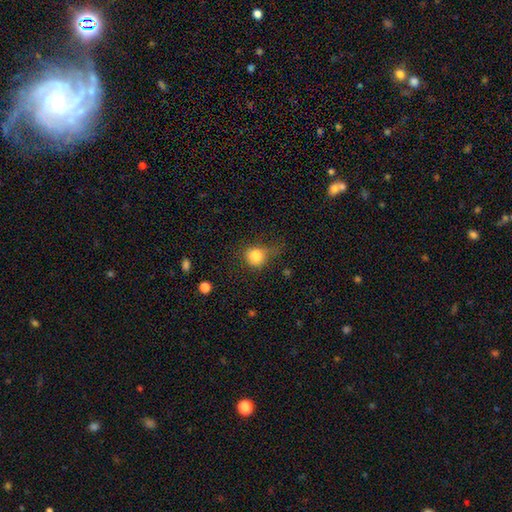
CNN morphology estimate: Smooth or featured?
  - smooth: 81% *
  - star or artifact: 11%
  - featured or disk: 8%
How rounded?
  - round: 82% *
  - in between: 17%
  - cigar-shaped: 1%
Merging?
  - none: 52% *
  - minor disturbance: 29%
  - major disturbance: 16%
  - merger: 3%